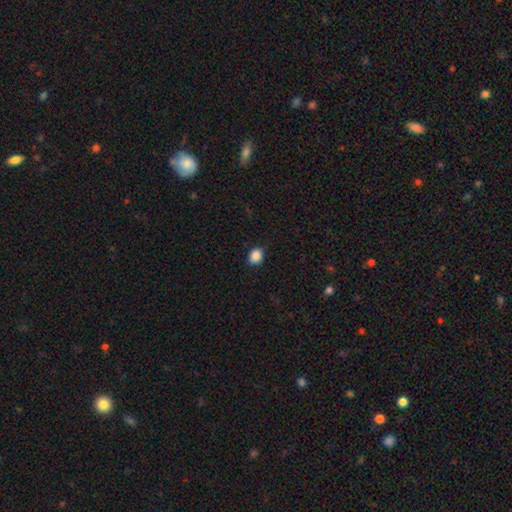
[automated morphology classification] smooth 88%, star or artifact 9%, featured or disk 3%. Down the decision tree: how rounded — round (55%); merging — none (87%).